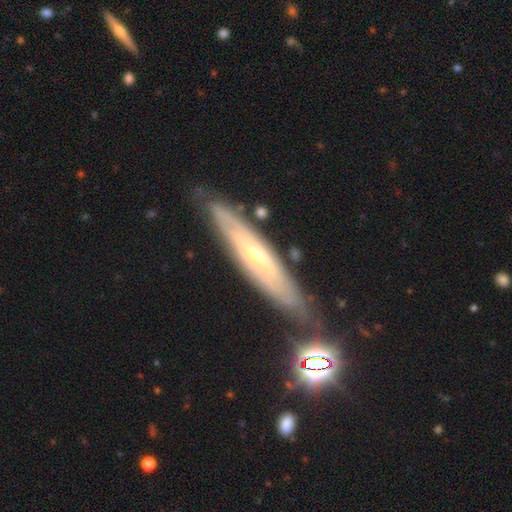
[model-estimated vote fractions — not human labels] Morphology: type=featured or disk (72%); edge-on=yes (54%); merging=none (79%).